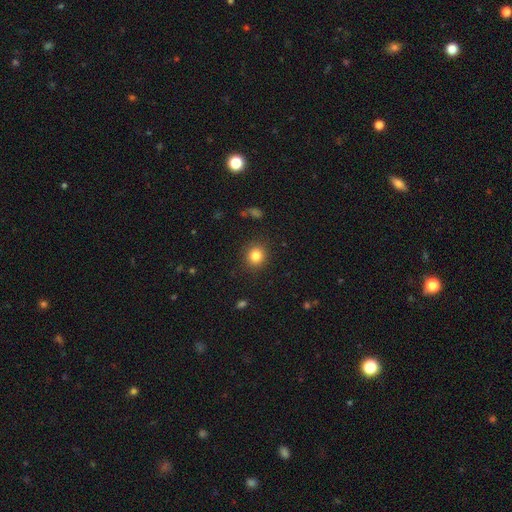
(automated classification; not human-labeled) A smooth galaxy with no disk features (84%) that is round (86%).

Vote fractions:
- Smooth or featured? smooth: 84% / star or artifact: 11% / featured or disk: 6%
- How rounded? round: 86% / in between: 13% / cigar-shaped: 1%
- Merging? none: 89% / minor disturbance: 7% / major disturbance: 3% / merger: 1%